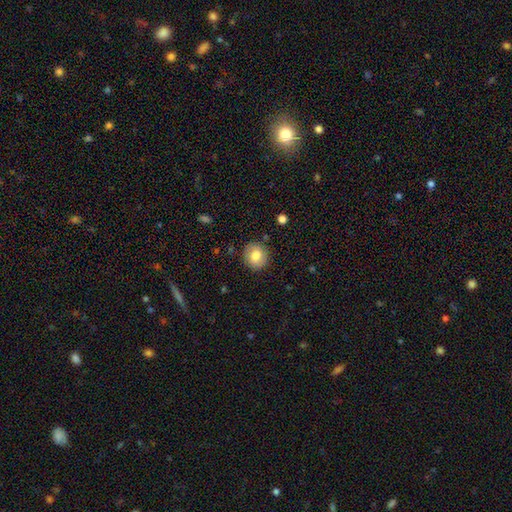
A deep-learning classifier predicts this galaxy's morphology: smooth-or-featured: smooth: 78% | featured or disk: 14% | star or artifact: 8%
  how-rounded: round: 88% | in between: 11% | cigar-shaped: 1%
  merging: none: 88% | minor disturbance: 9% | major disturbance: 2% | merger: 1%